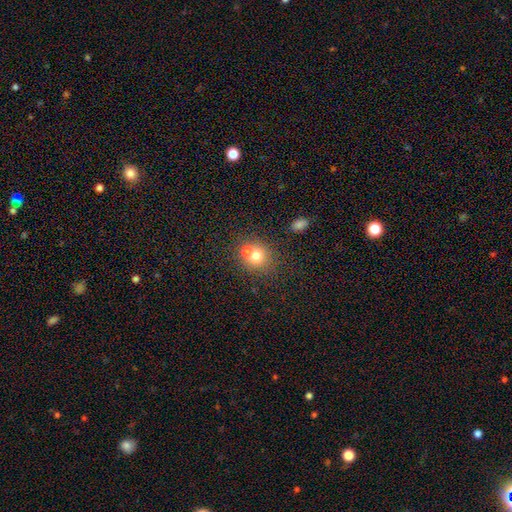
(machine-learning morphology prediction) smooth 71%, featured or disk 16%, star or artifact 12%. Down the decision tree: how rounded — round (82%); merging — none (46%).